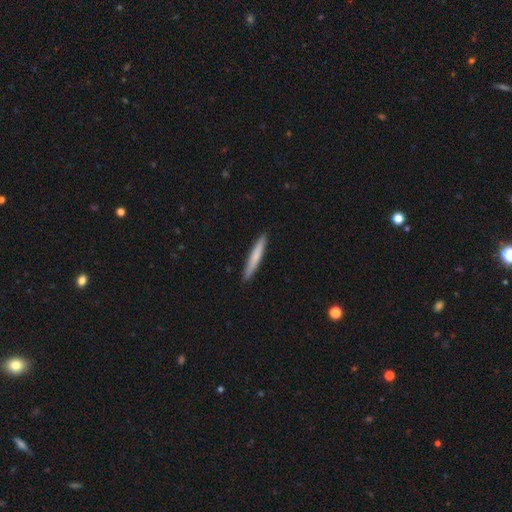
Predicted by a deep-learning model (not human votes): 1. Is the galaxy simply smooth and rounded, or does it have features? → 68% smooth, 27% featured or disk, 5% star or artifact.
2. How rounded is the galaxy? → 96% cigar-shaped, 3% in between, 1% round.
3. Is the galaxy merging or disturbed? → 91% none, 6% minor disturbance, 1% major disturbance, 1% merger.